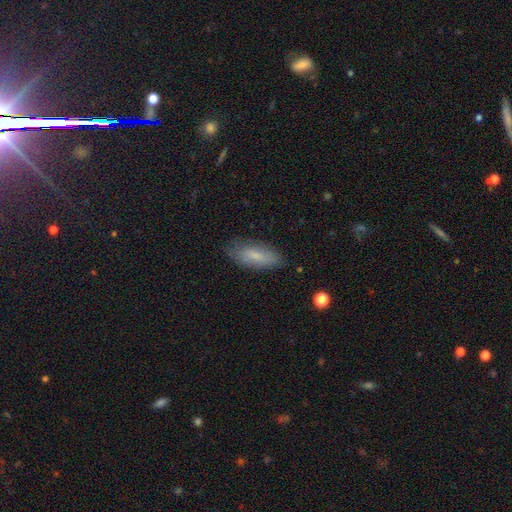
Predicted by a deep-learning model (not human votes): This appears to be a smooth galaxy with no disk features (74%) that is in between round and cigar-shaped (68%). Merging: none (76%).